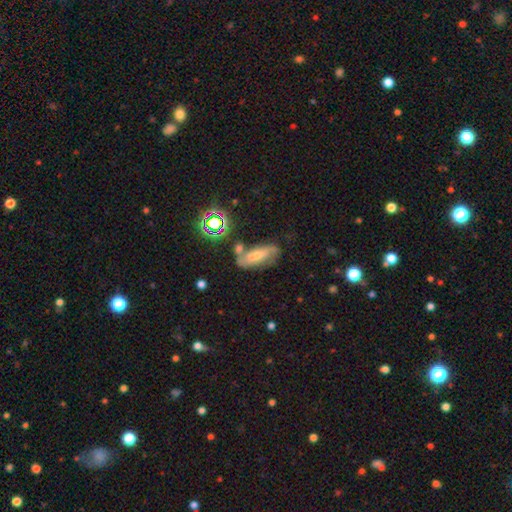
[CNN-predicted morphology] This appears to be a smooth galaxy with no disk features (45%). Merging: none (43%).